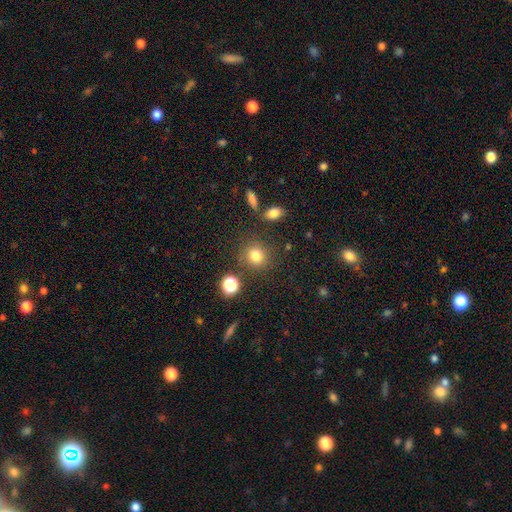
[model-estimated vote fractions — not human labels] smooth-or-featured: smooth: 78% | star or artifact: 15% | featured or disk: 7%
  how-rounded: round: 86% | in between: 13% | cigar-shaped: 1%
  merging: none: 82% | minor disturbance: 9% | merger: 5% | major disturbance: 4%